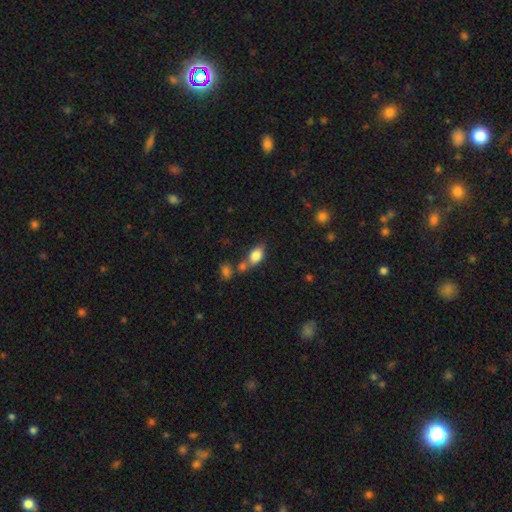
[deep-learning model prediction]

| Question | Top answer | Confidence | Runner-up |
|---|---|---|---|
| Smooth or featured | smooth | 81% | featured or disk (10%) |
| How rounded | in between | 87% | round (8%) |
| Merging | none | 50% | merger (28%) |